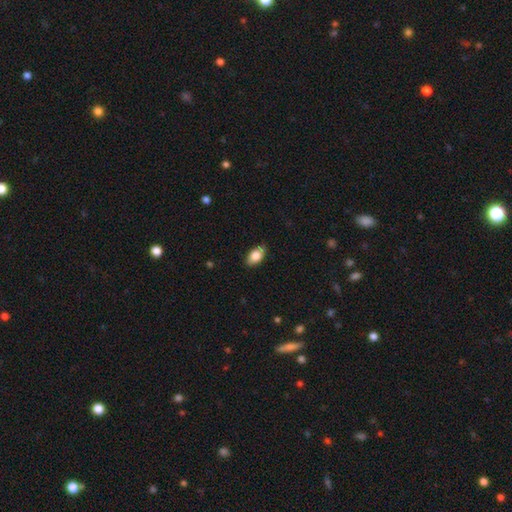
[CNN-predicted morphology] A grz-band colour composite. It shows a smooth galaxy with no disk features (82%) that is in between round and cigar-shaped (92%). Merging: none (85%).